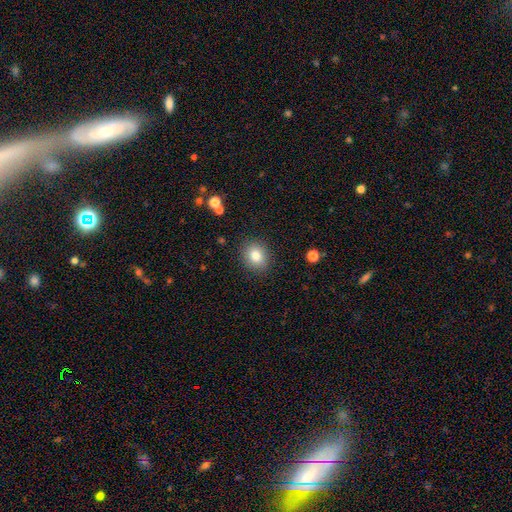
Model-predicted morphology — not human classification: type=smooth (82%); roundness=round (61%); merging=none (88%).